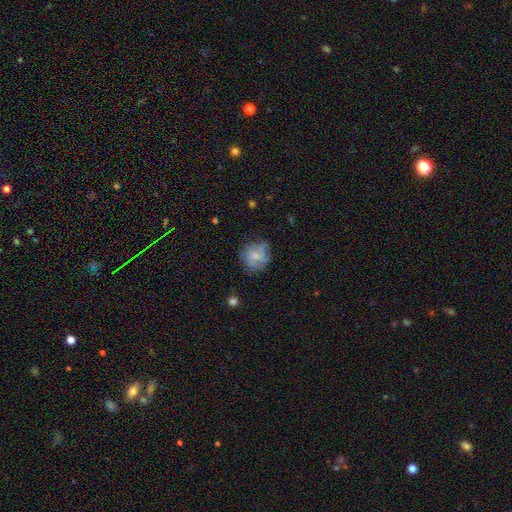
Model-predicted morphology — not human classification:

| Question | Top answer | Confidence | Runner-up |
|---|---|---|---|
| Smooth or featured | smooth | 57% | featured or disk (34%) |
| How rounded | round | 75% | in between (24%) |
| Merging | none | 64% | minor disturbance (25%) |